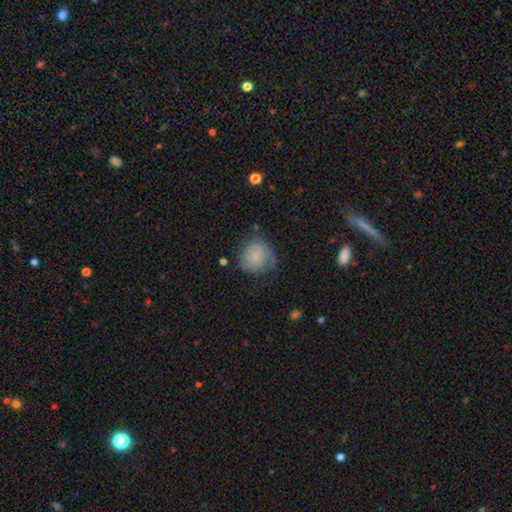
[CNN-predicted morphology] Smooth or featured? Predicted: smooth (p=0.64). How rounded? Predicted: round (p=0.84). Merging? Predicted: none (p=0.55).